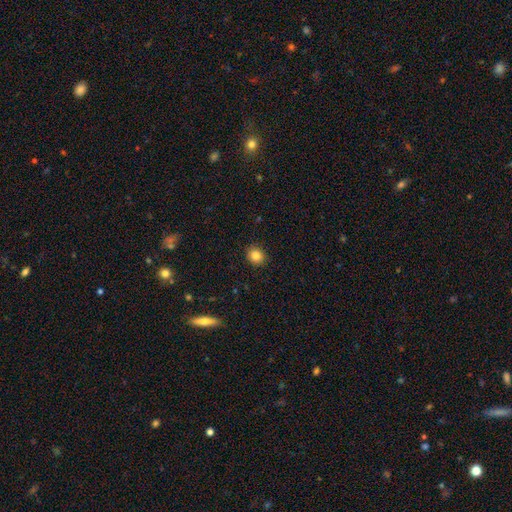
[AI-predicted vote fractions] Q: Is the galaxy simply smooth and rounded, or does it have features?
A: smooth — 84%.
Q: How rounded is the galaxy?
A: round — 77%.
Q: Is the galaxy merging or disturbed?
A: none — 90%.